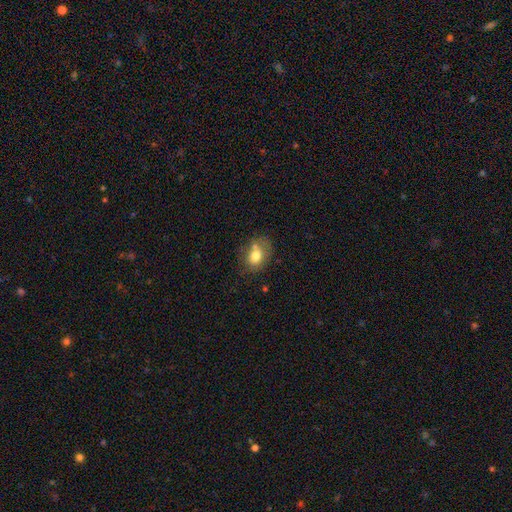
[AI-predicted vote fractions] Smooth or featured? Predicted: smooth (p=0.74). How rounded? Predicted: in between (p=0.63). Merging? Predicted: none (p=0.50).